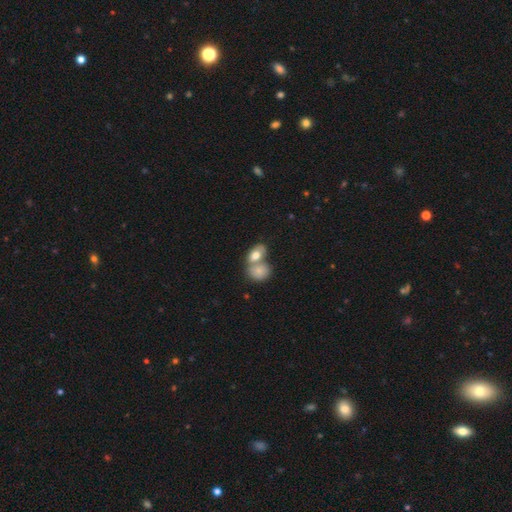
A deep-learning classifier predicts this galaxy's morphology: A smooth galaxy with no disk features (78%) that is in between round and cigar-shaped (78%). Merging: merger (63%).